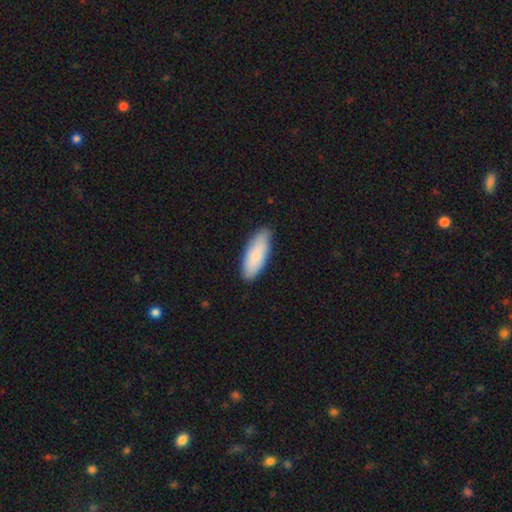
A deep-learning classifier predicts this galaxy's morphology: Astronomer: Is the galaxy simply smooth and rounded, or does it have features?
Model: smooth — 85%.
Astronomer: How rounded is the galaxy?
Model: in between — 70%.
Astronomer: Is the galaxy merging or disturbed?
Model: none — 85%.